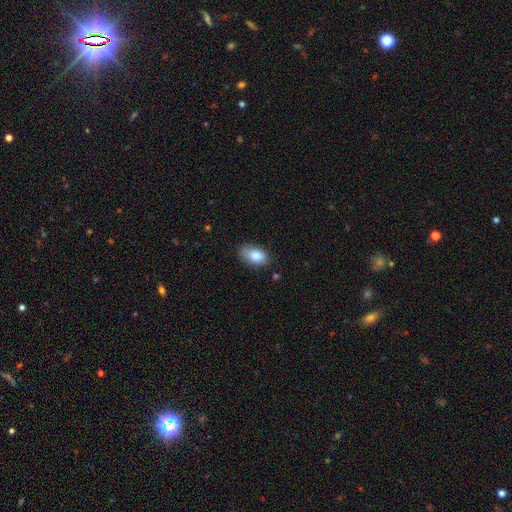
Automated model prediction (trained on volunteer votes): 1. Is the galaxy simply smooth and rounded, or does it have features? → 84% smooth, 8% featured or disk, 7% star or artifact.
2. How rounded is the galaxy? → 92% in between, 6% round, 2% cigar-shaped.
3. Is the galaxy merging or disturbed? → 75% none, 20% minor disturbance, 4% major disturbance, 2% merger.